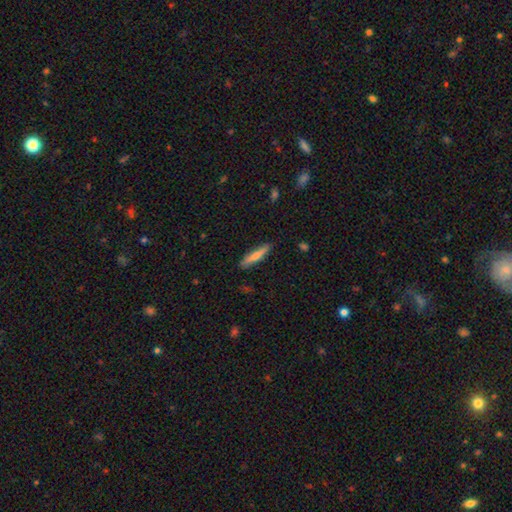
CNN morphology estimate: Smooth or featured?
  - smooth: 65% *
  - featured or disk: 29%
  - star or artifact: 6%
How rounded?
  - cigar-shaped: 89% *
  - in between: 10%
  - round: 2%
Merging?
  - none: 87% *
  - minor disturbance: 10%
  - major disturbance: 2%
  - merger: 1%